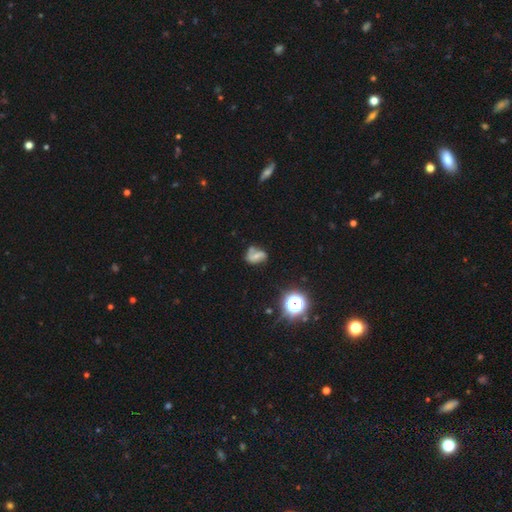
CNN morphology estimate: A featured or disk galaxy (48%).

Vote fractions:
- Smooth or featured? featured or disk: 48% / smooth: 35% / star or artifact: 16%
- Merging? none: 49% / minor disturbance: 26% / major disturbance: 13% / merger: 12%